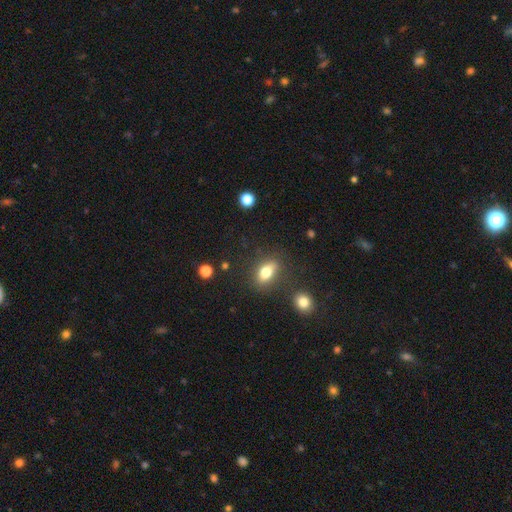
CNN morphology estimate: Smooth or featured: smooth — 64% (star or artifact — 26%)
How rounded: in between — 59% (round — 37%)
Merging: none — 79% (minor disturbance — 10%)